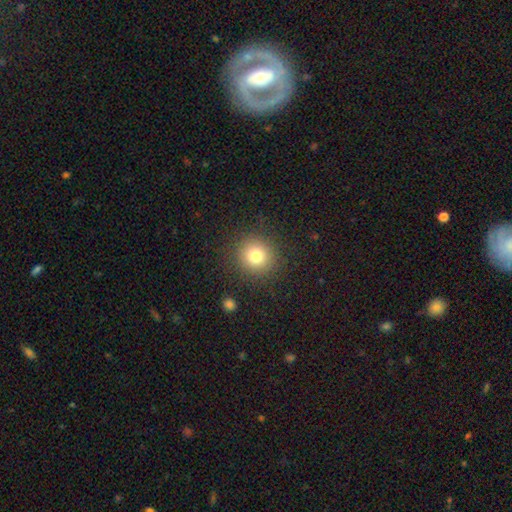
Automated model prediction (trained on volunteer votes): The model was most divided on "smooth or featured": smooth: 79%, star or artifact: 13%, featured or disk: 8%. More confident: how rounded — round (91%); merging — none (89%).